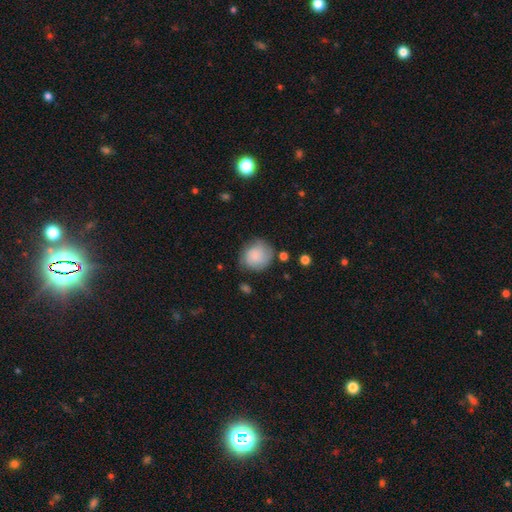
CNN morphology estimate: smooth-or-featured: smooth: 70% | featured or disk: 23% | star or artifact: 8%
  how-rounded: round: 82% | in between: 17% | cigar-shaped: 1%
  merging: none: 69% | minor disturbance: 21% | major disturbance: 7% | merger: 3%